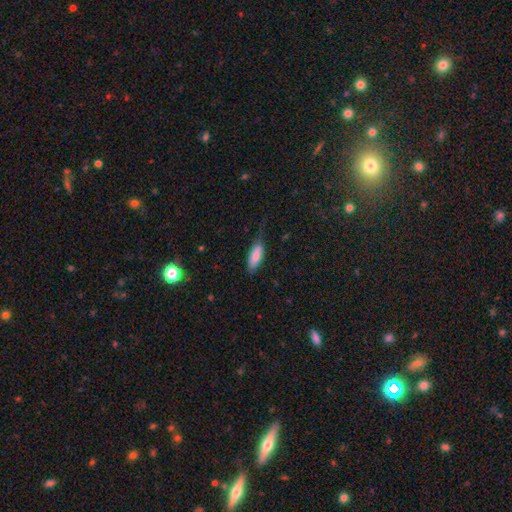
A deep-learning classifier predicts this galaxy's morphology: Smooth or featured? Predicted: smooth (p=0.81). How rounded? Predicted: in between (p=0.70). Merging? Predicted: none (p=0.56).